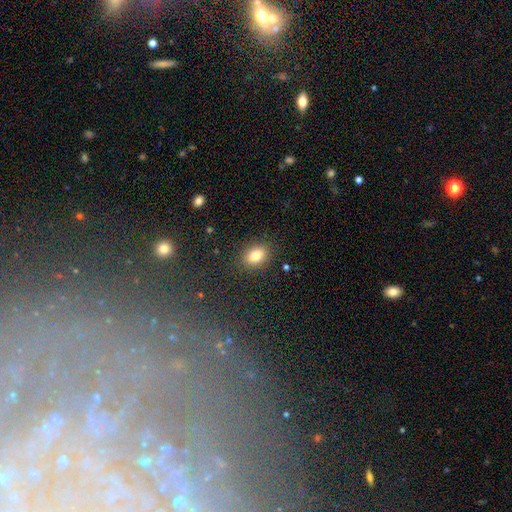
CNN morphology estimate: The model was most divided on "how rounded": in between: 81%, round: 18%, cigar-shaped: 2%. More confident: merging — none (87%); smooth or featured — smooth (82%).